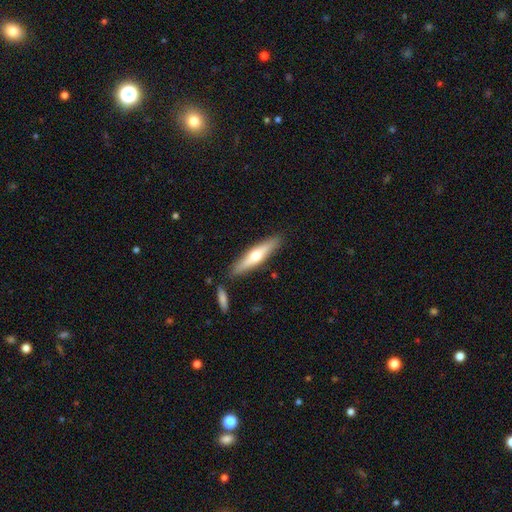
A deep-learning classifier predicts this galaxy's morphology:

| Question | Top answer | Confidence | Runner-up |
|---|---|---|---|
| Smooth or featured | smooth | 49% | featured or disk (46%) |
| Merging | none | 84% | minor disturbance (10%) |